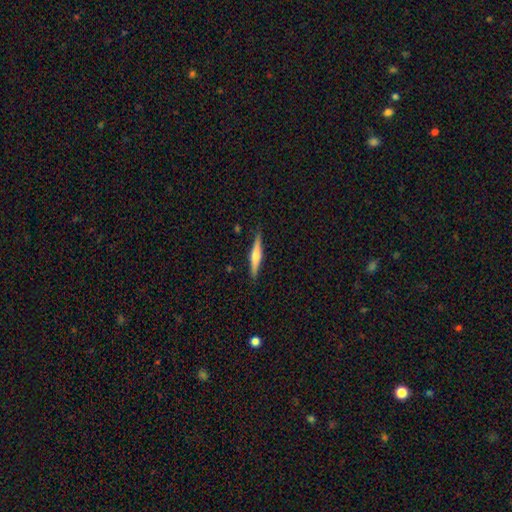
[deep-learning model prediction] A featured or disk galaxy (62%) viewed edge-on (97%) with a rounded central bulge (86%). Merging: none (89%).